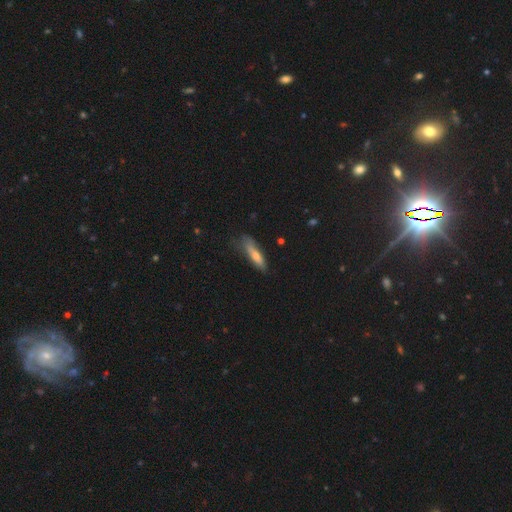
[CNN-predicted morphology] The model was most divided on "merging": none: 60%, minor disturbance: 28%, major disturbance: 10%, merger: 2%. More confident: how rounded — cigar-shaped (73%); smooth or featured — smooth (64%).